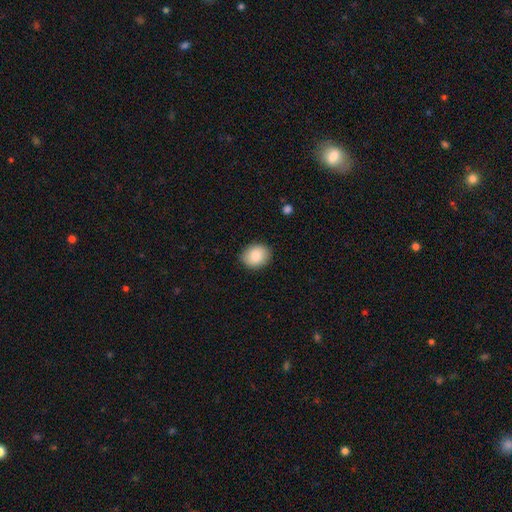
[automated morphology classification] Smooth or featured: smooth — 86% (star or artifact — 7%)
How rounded: round — 52% (in between — 47%)
Merging: none — 87% (minor disturbance — 9%)